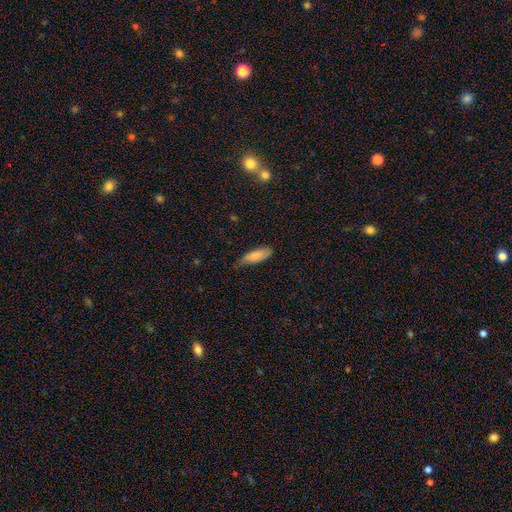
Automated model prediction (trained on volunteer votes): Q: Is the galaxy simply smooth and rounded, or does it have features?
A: smooth — 82%.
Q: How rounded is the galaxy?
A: in between — 64%.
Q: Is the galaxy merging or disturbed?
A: none — 69%.